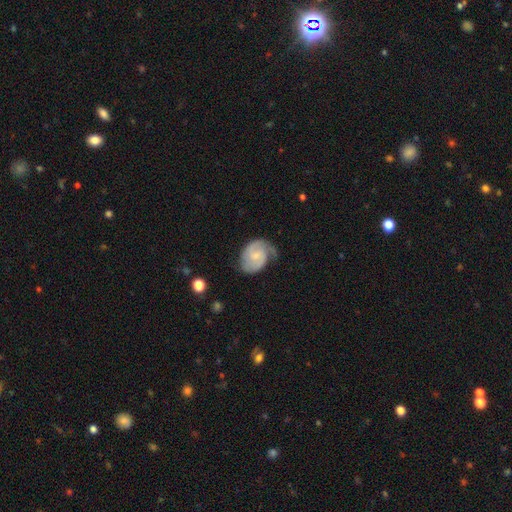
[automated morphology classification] Smooth or featured?
  - featured or disk: 72% *
  - smooth: 22%
  - star or artifact: 6%
Edge-on disk?
  - no: 98% *
  - yes: 2%
Bar?
  - no: 50% *
  - weak: 44%
  - strong: 7%
Spiral arms?
  - yes: 93% *
  - no: 7%
Spiral winding?
  - medium: 46% *
  - tight: 37%
  - loose: 17%
Spiral arm count?
  - 2: 73% *
  - 1: 11%
  - can't tell: 10%
  - 3: 4%
  - 4: 1%
  - more than 4: 1%
Bulge size?
  - small: 58% *
  - moderate: 25%
  - none: 14%
  - large: 2%
  - dominant: 1%
Merging?
  - none: 54% *
  - minor disturbance: 29%
  - major disturbance: 14%
  - merger: 2%